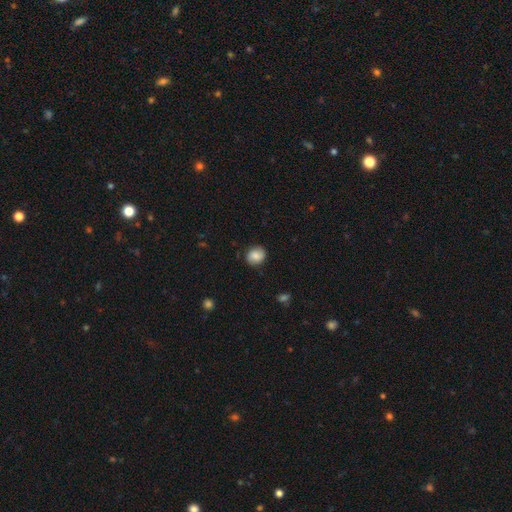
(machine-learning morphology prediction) type=smooth (76%); roundness=round (74%); merging=none (82%).